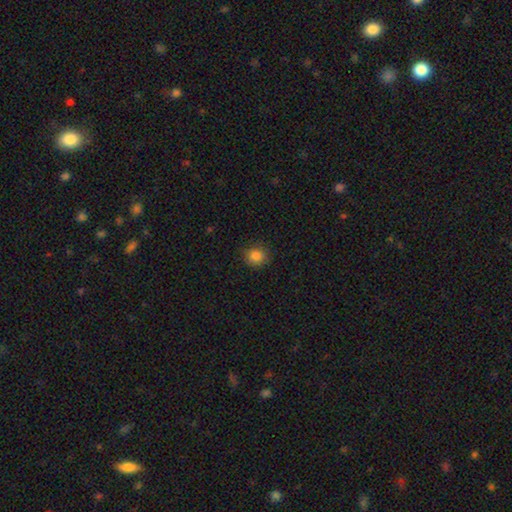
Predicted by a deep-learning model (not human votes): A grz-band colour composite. It shows a smooth galaxy with no disk features (84%) that is round (82%). Merging: none (85%).